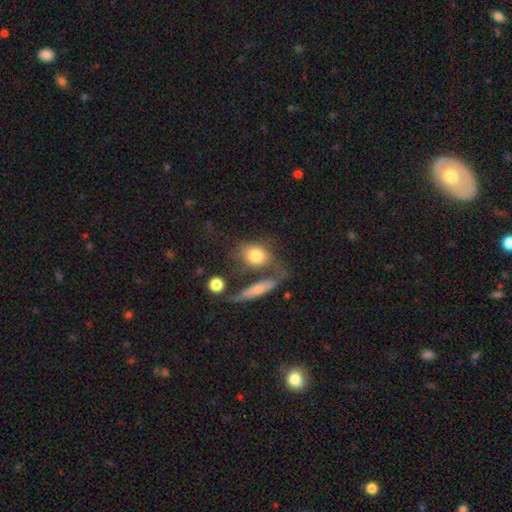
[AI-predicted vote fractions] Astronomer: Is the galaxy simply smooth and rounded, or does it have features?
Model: smooth — 76%.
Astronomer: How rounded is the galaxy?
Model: in between — 47%, tied with round at 47%.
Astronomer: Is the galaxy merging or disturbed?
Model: none — 43% (runner-up: merger, 28%).